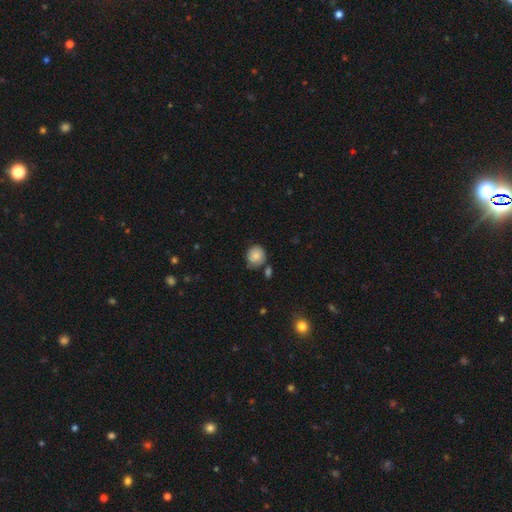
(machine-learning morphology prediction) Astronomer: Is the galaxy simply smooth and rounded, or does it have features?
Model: smooth — 84%.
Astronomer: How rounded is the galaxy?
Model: round — 88%.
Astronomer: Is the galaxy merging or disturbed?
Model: none — 71%.